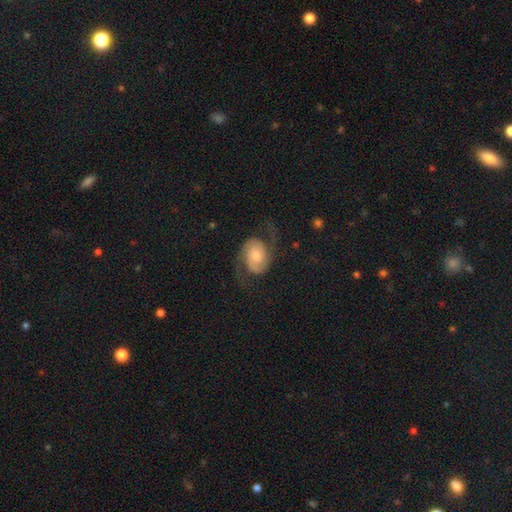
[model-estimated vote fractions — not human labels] Smooth or featured: featured or disk — 81% (smooth — 13%)
Edge-on disk: no — 98% (yes — 2%)
Bar: no — 65% (weak — 28%)
Spiral arms: yes — 96% (no — 4%)
Spiral winding: medium — 44% (loose — 39%)
Spiral arm count: 2 — 93% (can't tell — 2%)
Bulge size: small — 37% (moderate — 35%)
Merging: none — 67% (major disturbance — 17%)